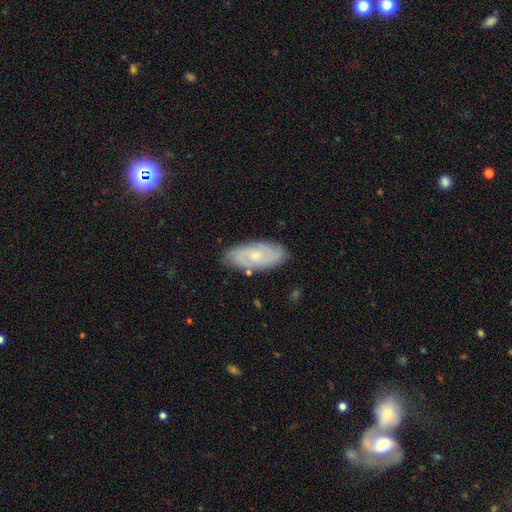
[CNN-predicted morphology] smooth-or-featured: featured or disk: 62% | smooth: 31% | star or artifact: 7%
  disk-edge-on: no: 91% | yes: 9%
    bar: no: 72% | weak: 24% | strong: 3%
    has-spiral-arms: yes: 84% | no: 16%
    bulge-size: small: 62% | moderate: 33% | none: 3% | large: 1% | dominant: 1%
  merging: none: 81% | minor disturbance: 15% | major disturbance: 3% | merger: 2%